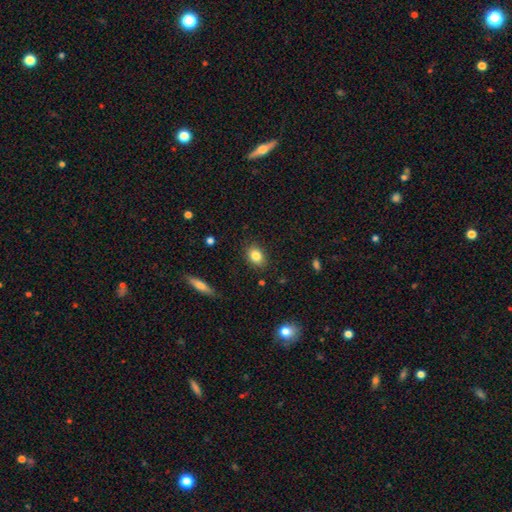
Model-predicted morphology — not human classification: Smooth or featured: smooth — 83% (star or artifact — 9%)
How rounded: in between — 65% (round — 33%)
Merging: none — 86% (minor disturbance — 10%)